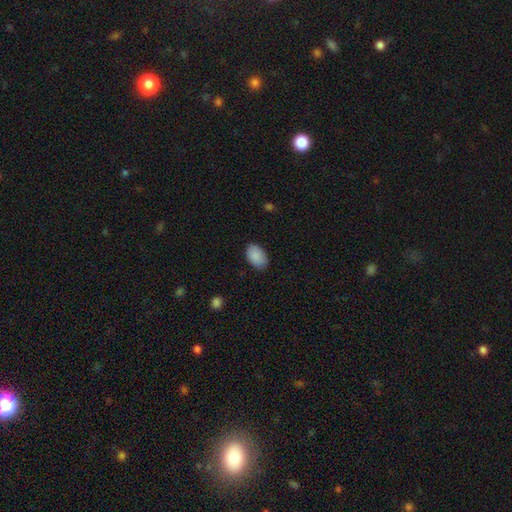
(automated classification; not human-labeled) Overall: smooth (90%). How rounded: in between (91%). Merging: none (85%).